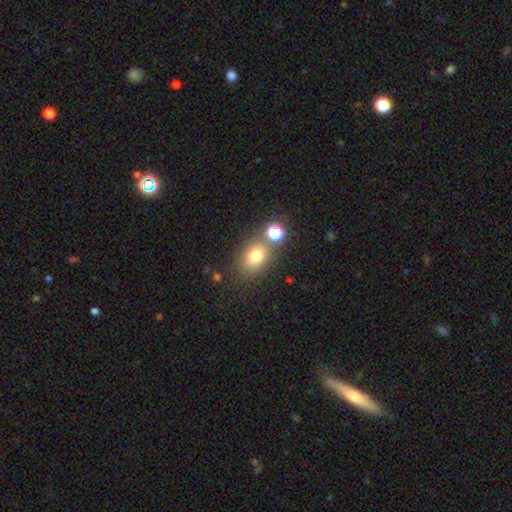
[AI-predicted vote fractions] Overall: smooth (74%). How rounded: in between (61%; round 38%). Merging: none (68%).